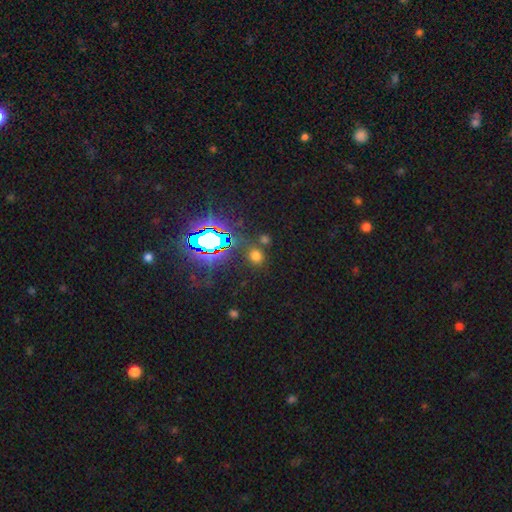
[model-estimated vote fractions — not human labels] Overall: smooth (58%; star or artifact 36%). How rounded: round (80%). Merging: none (79%).